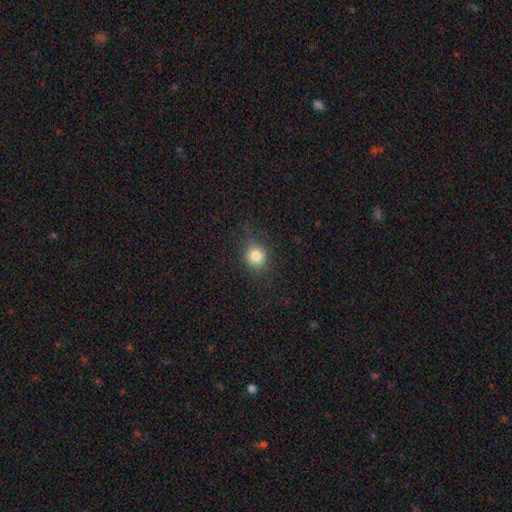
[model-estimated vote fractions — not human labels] Smooth or featured?
  - smooth: 81% *
  - star or artifact: 12%
  - featured or disk: 7%
How rounded?
  - round: 76% *
  - in between: 23%
  - cigar-shaped: 1%
Merging?
  - none: 80% *
  - minor disturbance: 14%
  - major disturbance: 5%
  - merger: 1%